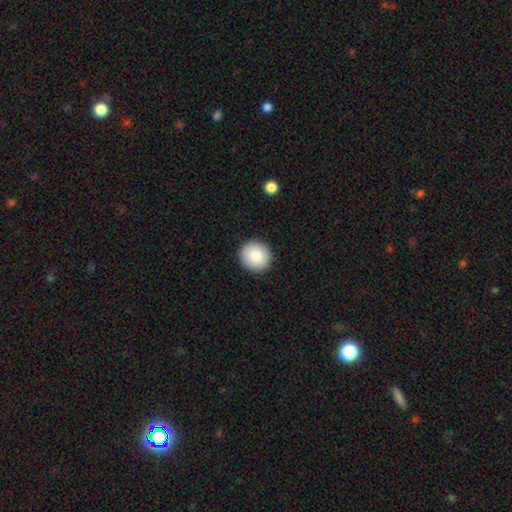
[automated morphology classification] Smooth or featured: smooth — 85% (featured or disk — 8%)
How rounded: round — 91% (in between — 8%)
Merging: none — 92% (minor disturbance — 6%)